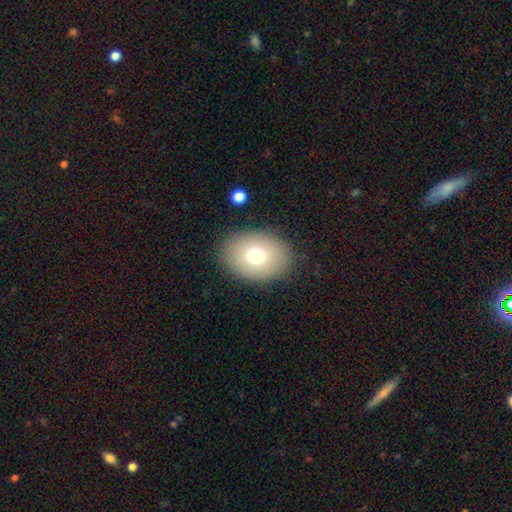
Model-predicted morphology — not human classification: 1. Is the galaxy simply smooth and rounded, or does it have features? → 73% smooth, 16% featured or disk, 11% star or artifact.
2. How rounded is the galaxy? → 68% in between, 31% round, 1% cigar-shaped.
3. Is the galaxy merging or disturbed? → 86% none, 9% minor disturbance, 4% major disturbance, 1% merger.